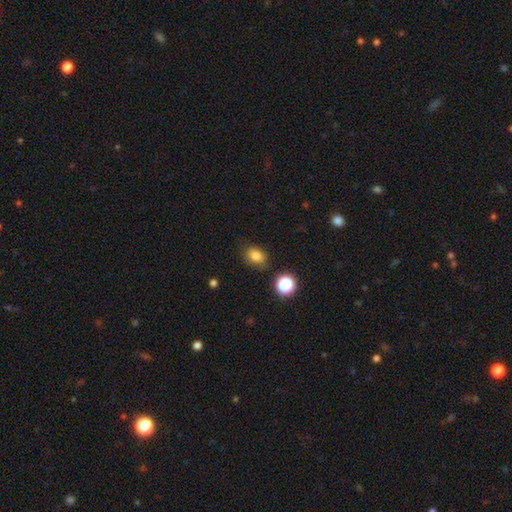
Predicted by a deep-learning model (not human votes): A smooth galaxy with no disk features (81%) that is in between round and cigar-shaped (64%).

Vote fractions:
- Smooth or featured? smooth: 81% / star or artifact: 13% / featured or disk: 6%
- How rounded? in between: 64% / round: 35% / cigar-shaped: 1%
- Merging? none: 77% / minor disturbance: 16% / major disturbance: 4% / merger: 3%